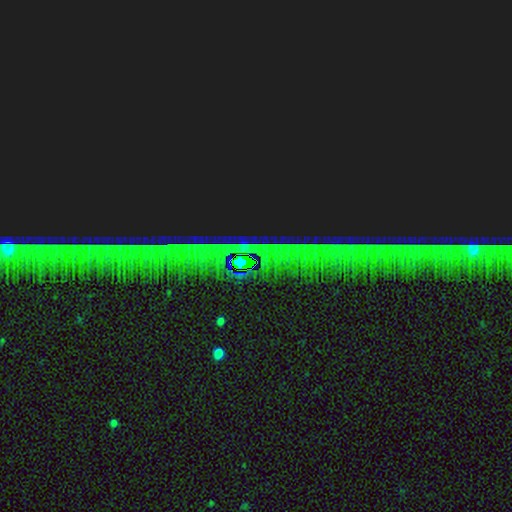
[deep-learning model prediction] A star or artifact, not a galaxy (84%).